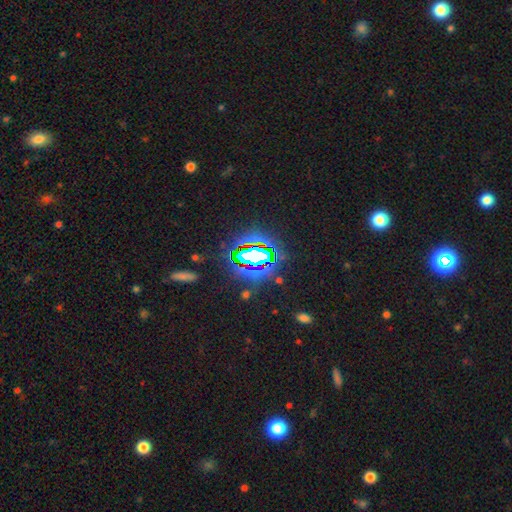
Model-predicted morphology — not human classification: Smooth or featured? star or artifact (73%)